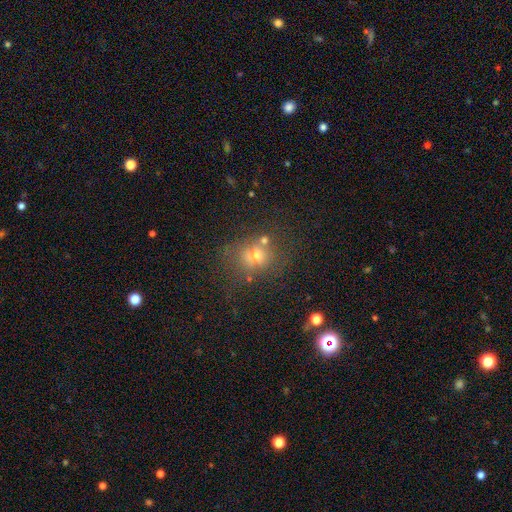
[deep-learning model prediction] This is possibly a smooth galaxy (57%). How rounded: likely round (65%). Merging: possibly none (56%).